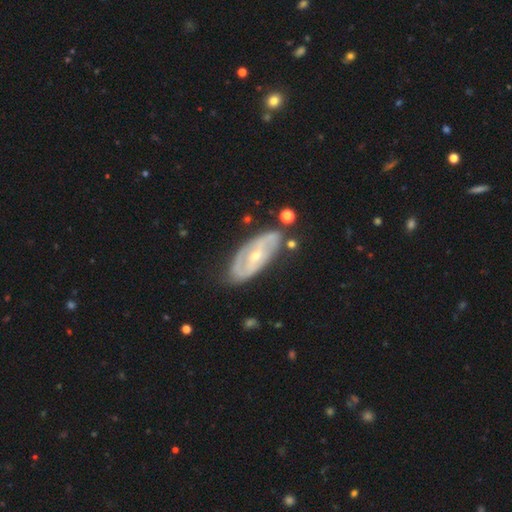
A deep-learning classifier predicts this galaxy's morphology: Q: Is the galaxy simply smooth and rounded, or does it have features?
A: featured or disk — 77%.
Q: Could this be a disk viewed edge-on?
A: no — 89%.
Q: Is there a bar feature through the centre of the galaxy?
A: no — 47%.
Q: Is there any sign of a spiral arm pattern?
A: yes — 65%.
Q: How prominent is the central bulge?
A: small — 60%.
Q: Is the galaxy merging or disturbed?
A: none — 69%.